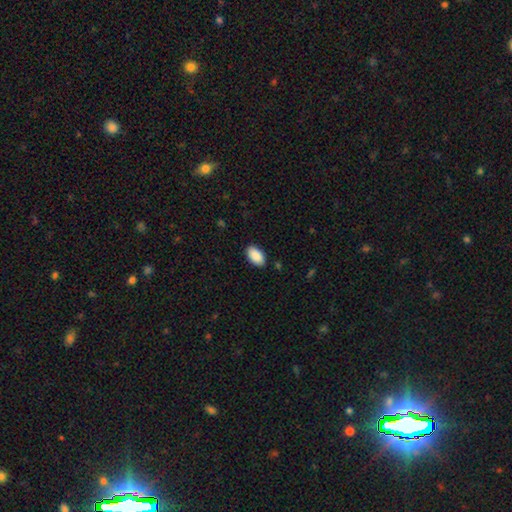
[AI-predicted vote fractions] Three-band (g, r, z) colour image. It shows a smooth galaxy with no disk features (91%) that is in between round and cigar-shaped (95%). Merging: none (88%).